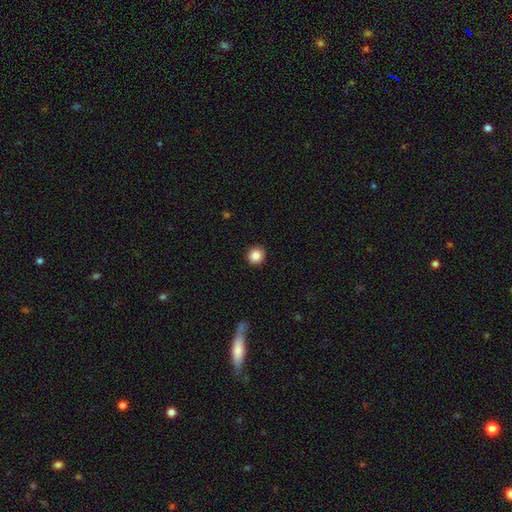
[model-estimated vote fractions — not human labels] This appears to be a smooth galaxy with no disk features (87%) that is round (91%). Merging: none (93%).